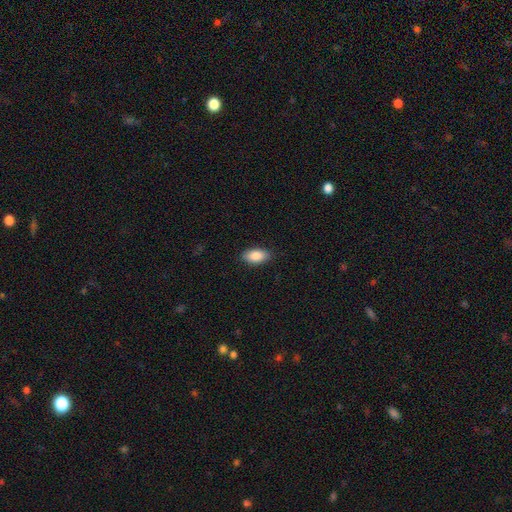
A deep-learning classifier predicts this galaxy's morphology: This appears to be a smooth galaxy with no disk features (88%) that is in between round and cigar-shaped (93%). Merging: none (87%).